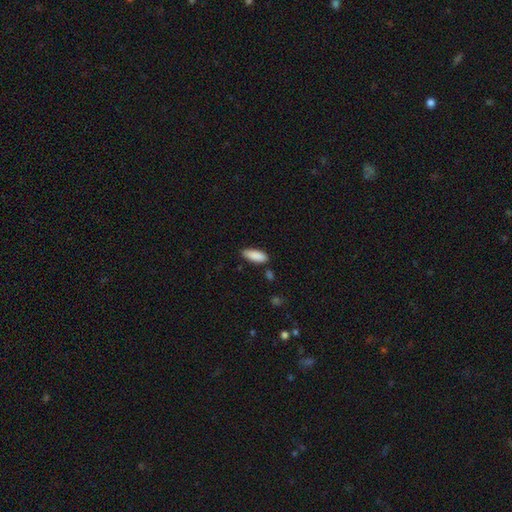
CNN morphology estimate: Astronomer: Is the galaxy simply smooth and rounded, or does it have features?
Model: smooth — 89%.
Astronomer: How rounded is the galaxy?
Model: in between — 69%.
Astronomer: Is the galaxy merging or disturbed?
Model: none — 81%.